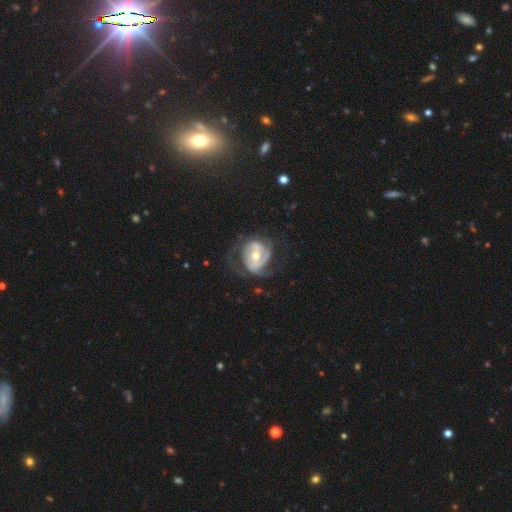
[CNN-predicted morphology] Smooth or featured? featured or disk (81%)
Edge-on disk? no (97%)
Bar? no (41%)
Spiral arms? yes (86%)
Spiral winding? medium (40%)
Spiral arm count? 2 (50%)
Bulge size? moderate (63%)
Merging? none (50%)